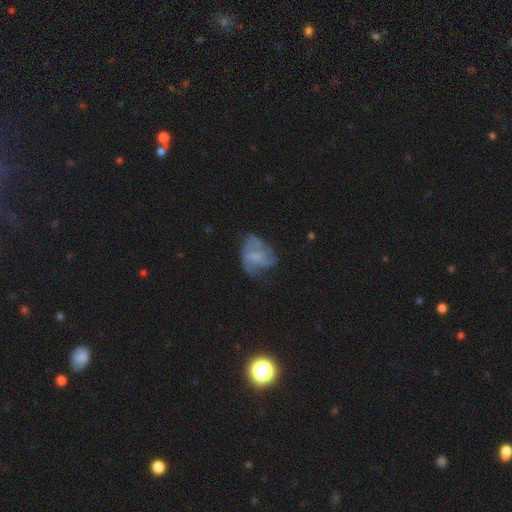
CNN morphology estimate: The model was most divided on "merging": none: 46%, major disturbance: 27%, minor disturbance: 25%, merger: 3%. Remaining: edge-on disk — no (98%); spiral arms — yes (67%); bar — no (63%); smooth or featured — featured or disk (60%); bulge size — none (46%).